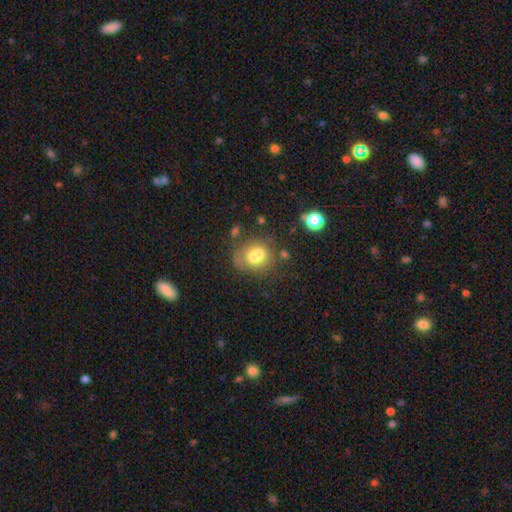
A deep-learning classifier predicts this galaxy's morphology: This is likely a smooth galaxy (72%). How rounded: possibly in between (52%). Merging: possibly none (48%).